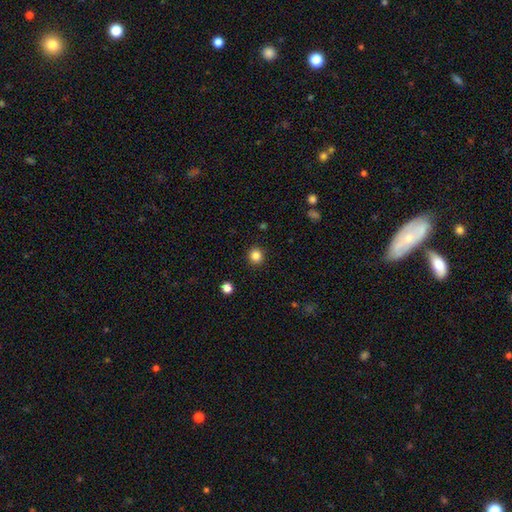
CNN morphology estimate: The model was most divided on "smooth or featured": smooth: 84%, star or artifact: 12%, featured or disk: 4%. More confident: merging — none (92%); how rounded — round (92%).